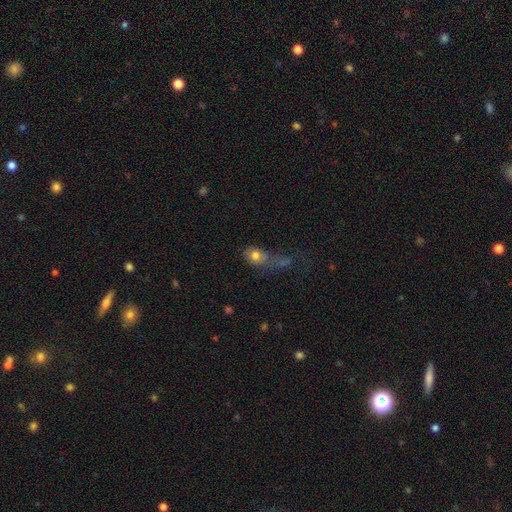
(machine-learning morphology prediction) Smooth or featured? Predicted: smooth (p=0.75). How rounded? Predicted: in between (p=0.58). Merging? Predicted: merger (p=0.31).